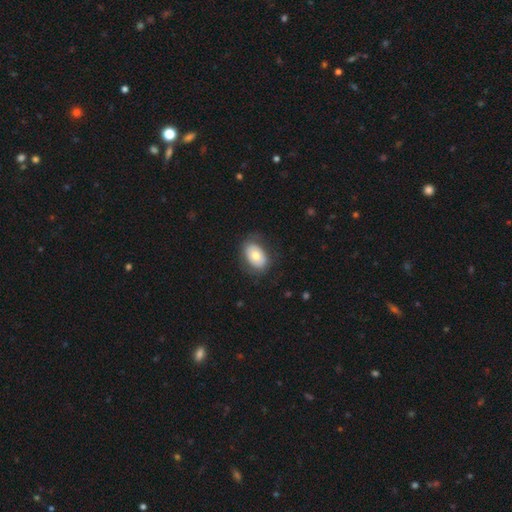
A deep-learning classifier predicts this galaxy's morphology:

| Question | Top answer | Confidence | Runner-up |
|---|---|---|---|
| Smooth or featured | smooth | 70% | featured or disk (24%) |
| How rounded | in between | 85% | round (14%) |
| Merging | none | 77% | minor disturbance (16%) |